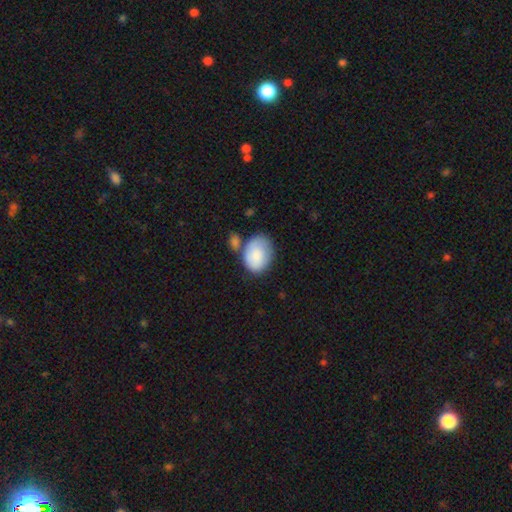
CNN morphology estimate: A smooth galaxy with no disk features (83%) that is in between round and cigar-shaped (72%).

Vote fractions:
- Smooth or featured? smooth: 83% / featured or disk: 10% / star or artifact: 6%
- How rounded? in between: 72% / round: 27% / cigar-shaped: 1%
- Merging? none: 44% / minor disturbance: 24% / merger: 22% / major disturbance: 9%